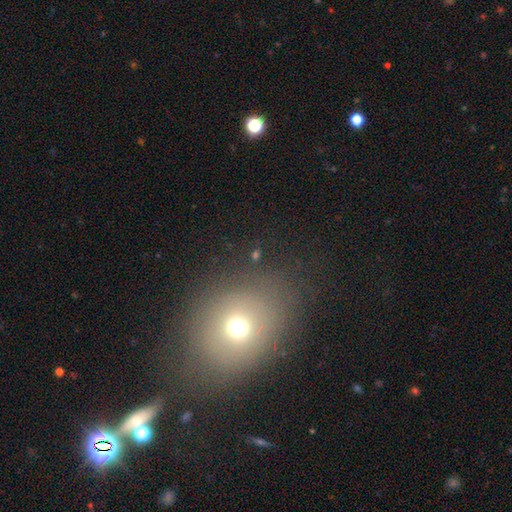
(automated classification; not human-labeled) A smooth galaxy with no disk features (57%) that is round (65%).

Vote fractions:
- Smooth or featured? smooth: 57% / star or artifact: 27% / featured or disk: 17%
- How rounded? round: 65% / in between: 33% / cigar-shaped: 2%
- Merging? none: 77% / minor disturbance: 12% / major disturbance: 7% / merger: 4%